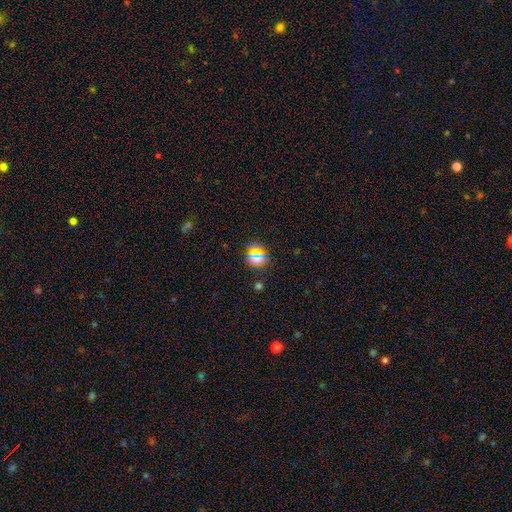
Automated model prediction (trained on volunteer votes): smooth-or-featured: smooth: 51% | star or artifact: 39% | featured or disk: 10%
  how-rounded: round: 77% | in between: 21% | cigar-shaped: 2%
  merging: none: 80% | minor disturbance: 11% | major disturbance: 6% | merger: 3%